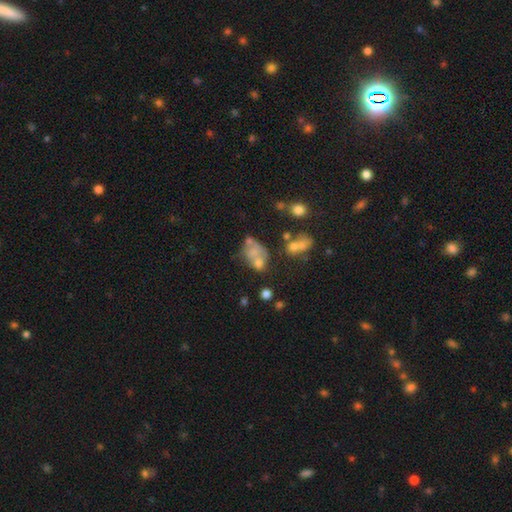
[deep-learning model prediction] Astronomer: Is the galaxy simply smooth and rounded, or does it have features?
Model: smooth — 46% (runner-up: featured or disk, 35%).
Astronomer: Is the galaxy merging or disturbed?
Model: merger — 36% (runner-up: none, 28%).